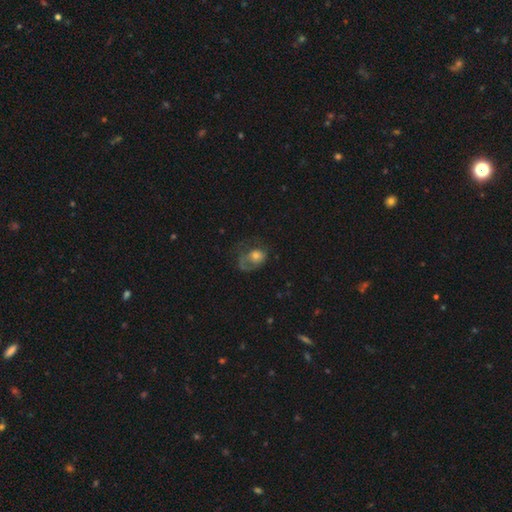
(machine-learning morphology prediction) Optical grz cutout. It shows a featured or disk galaxy (45%). Merging: major disturbance (46%).